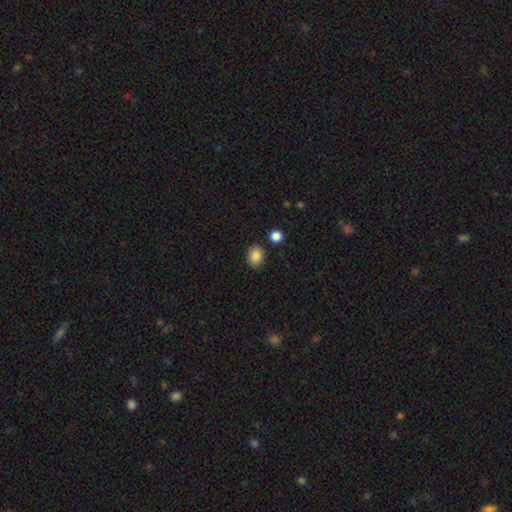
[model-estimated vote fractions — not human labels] Smooth or featured? Predicted: smooth (p=0.86). How rounded? Predicted: in between (p=0.54). Merging? Predicted: none (p=0.83).